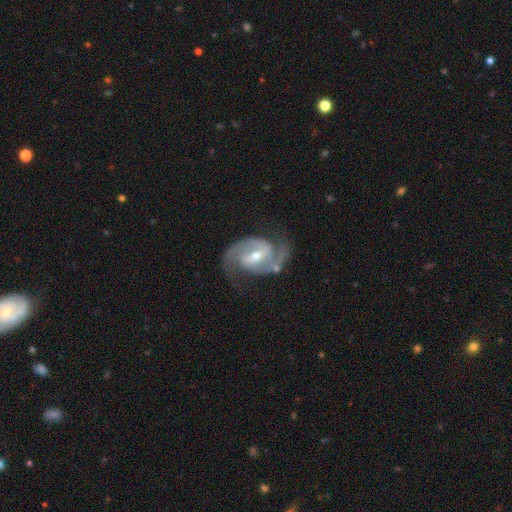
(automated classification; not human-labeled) This appears to be a featured or disk galaxy (92%) with a weak bar (45%), 2 (93%) medium (61%) spiral arms (98%) and a moderate central bulge (52%). Merging: none (78%).